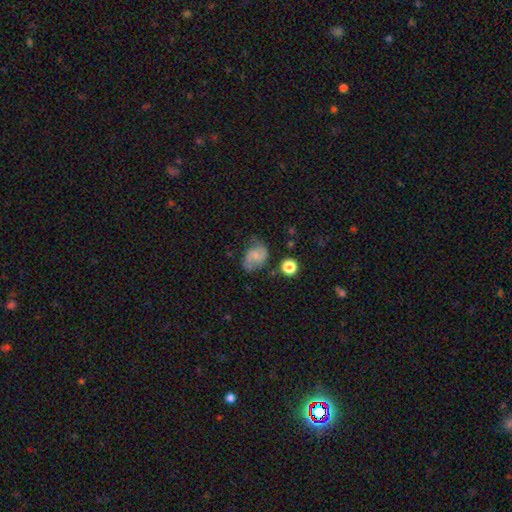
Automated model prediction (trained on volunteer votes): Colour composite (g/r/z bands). It shows a featured or disk galaxy (58%) with no bar (48%), 2 (86%) loose (48%) spiral arms (89%) and a small central bulge (45%). Merging: none (60%).